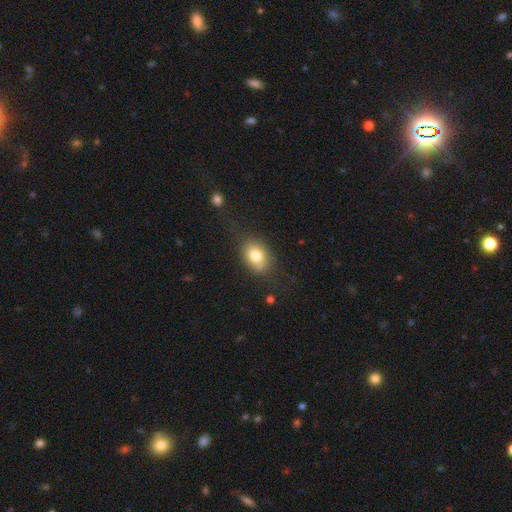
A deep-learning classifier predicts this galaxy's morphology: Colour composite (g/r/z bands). It shows a smooth galaxy with no disk features (78%) that is in between round and cigar-shaped (79%). Merging: none (68%).